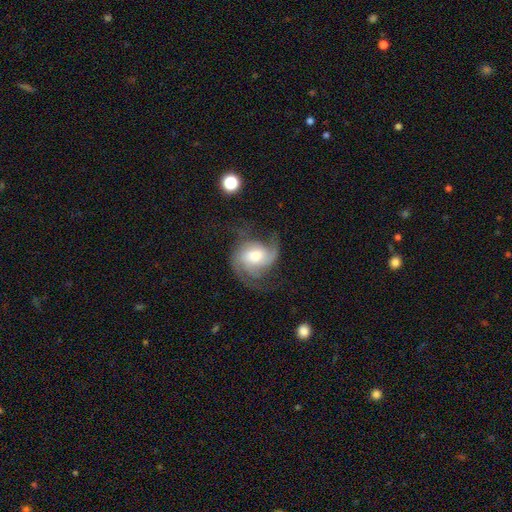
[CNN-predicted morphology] This appears to be a featured or disk galaxy (82%) with no bar (58%), 2 (40%) medium (48%) spiral arms (96%) and a moderate central bulge (62%). Merging: none (60%).